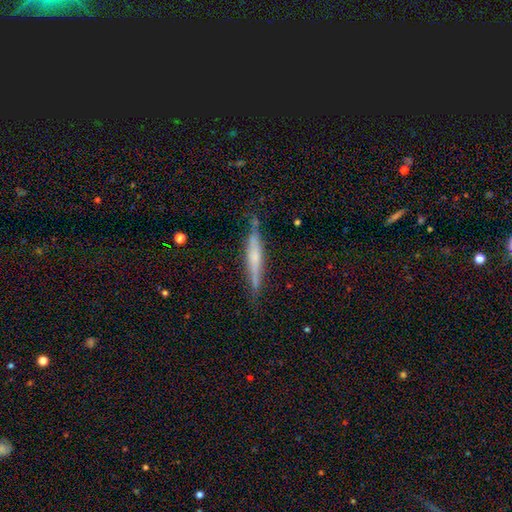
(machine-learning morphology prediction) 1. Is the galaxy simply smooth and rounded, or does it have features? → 58% featured or disk, 29% smooth, 13% star or artifact.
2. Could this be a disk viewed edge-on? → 93% yes, 7% no.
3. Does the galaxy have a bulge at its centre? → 52% rounded, 37% none, 12% boxy.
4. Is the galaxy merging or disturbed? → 83% none, 13% minor disturbance, 2% major disturbance, 2% merger.